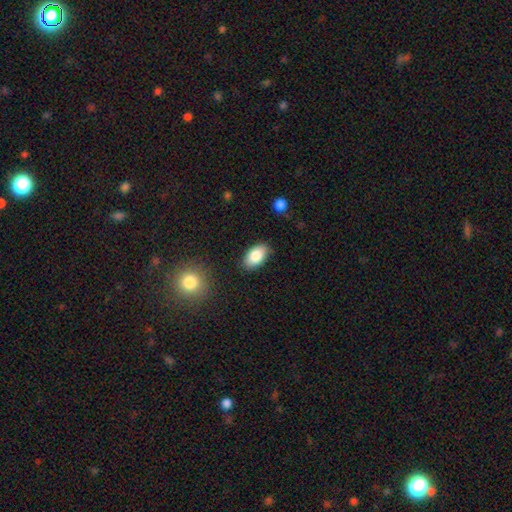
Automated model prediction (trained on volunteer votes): A smooth galaxy with no disk features (85%) that is in between round and cigar-shaped (93%). Merging: none (84%).